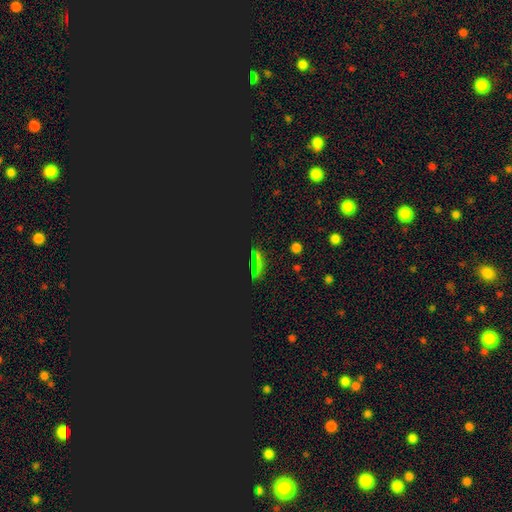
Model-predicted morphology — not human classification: Smooth or featured? Predicted: star or artifact (p=0.64).